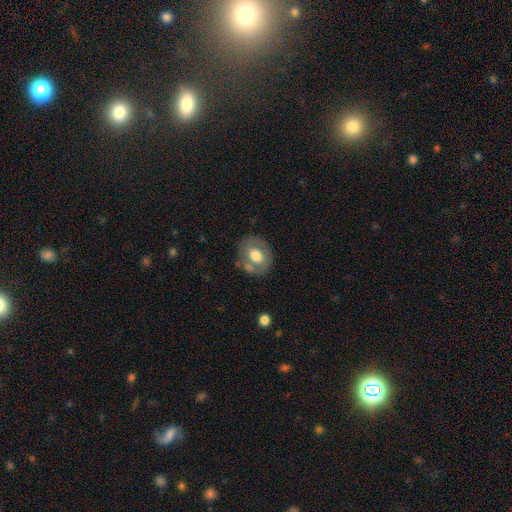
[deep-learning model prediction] Smooth or featured: smooth — 56% (featured or disk — 37%)
How rounded: round — 55% (in between — 44%)
Merging: none — 68% (minor disturbance — 16%)